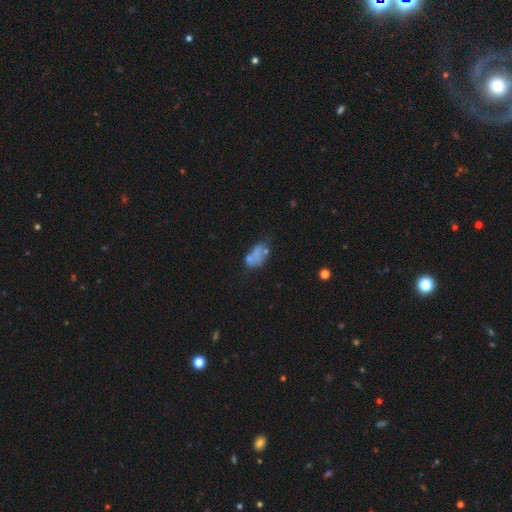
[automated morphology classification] The model was most divided on "merging": none: 33%, merger: 27%, minor disturbance: 22%, major disturbance: 19%. More confident: how rounded — in between (86%); smooth or featured — smooth (57%).